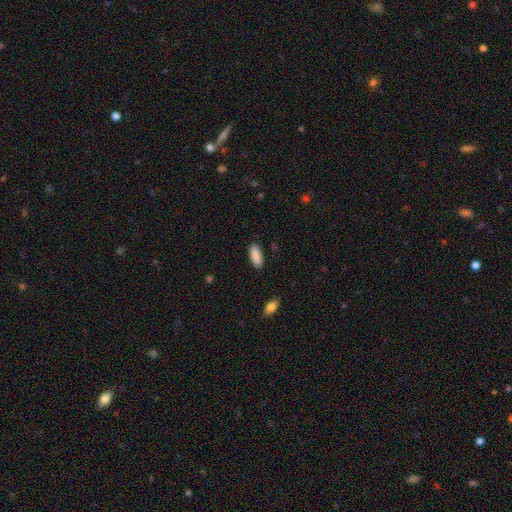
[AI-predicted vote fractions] Morphology: type=smooth (89%); roundness=in between (75%); merging=none (87%).